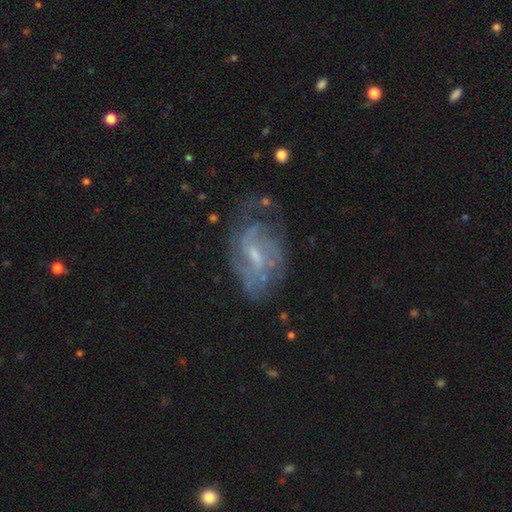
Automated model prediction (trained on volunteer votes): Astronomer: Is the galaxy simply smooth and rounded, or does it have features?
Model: featured or disk — 78%.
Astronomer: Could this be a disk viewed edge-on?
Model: no — 96%.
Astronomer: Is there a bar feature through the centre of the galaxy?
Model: weak — 57%.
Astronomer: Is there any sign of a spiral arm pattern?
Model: yes — 84%.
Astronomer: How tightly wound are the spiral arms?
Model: medium — 43% (runner-up: tight, 32%).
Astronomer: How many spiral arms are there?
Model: can't tell — 38% (runner-up: 2, 33%).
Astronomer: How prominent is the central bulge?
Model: small — 56% (runner-up: moderate, 31%).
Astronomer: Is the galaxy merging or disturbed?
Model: none — 52%.